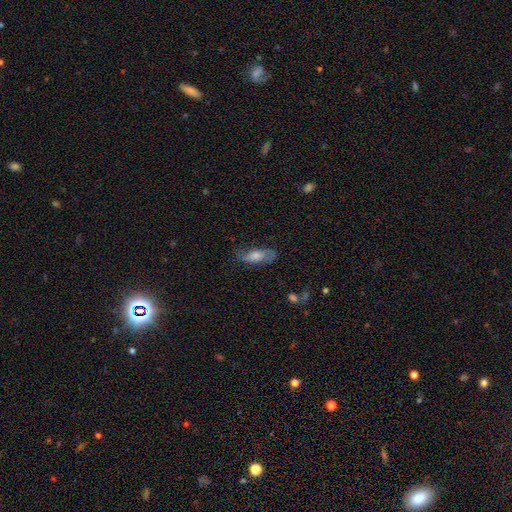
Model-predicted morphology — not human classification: A featured or disk galaxy (47%).

Vote fractions:
- Smooth or featured? featured or disk: 47% / smooth: 43% / star or artifact: 10%
- Merging? none: 71% / minor disturbance: 20% / major disturbance: 8% / merger: 2%